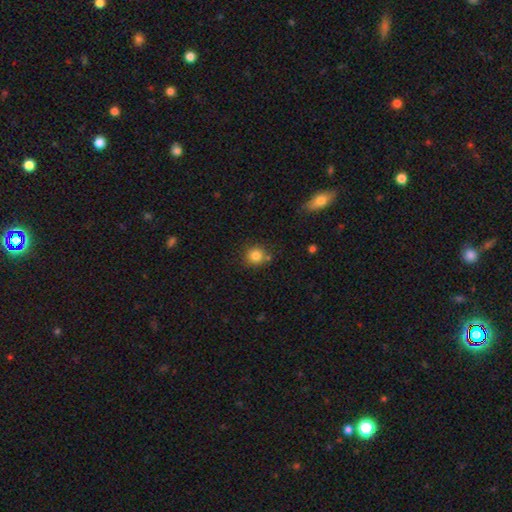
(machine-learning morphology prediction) smooth_or_featured: smooth (p=0.83) [alt: star or artifact p=0.11]
how_rounded: round (p=0.89) [alt: in between p=0.10]
merging: none (p=0.78) [alt: minor disturbance p=0.11]